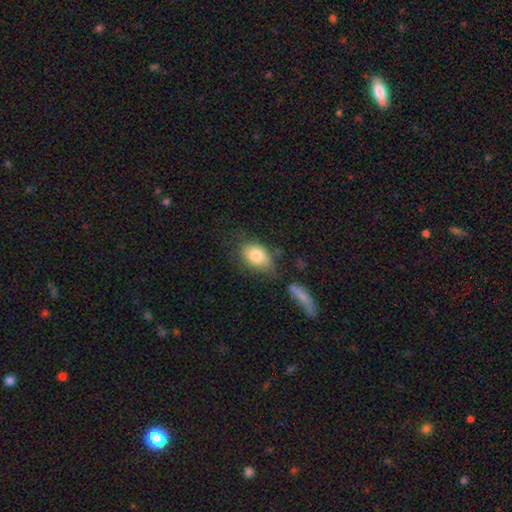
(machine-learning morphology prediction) type=smooth (80%); roundness=in between (81%); merging=none (57%).